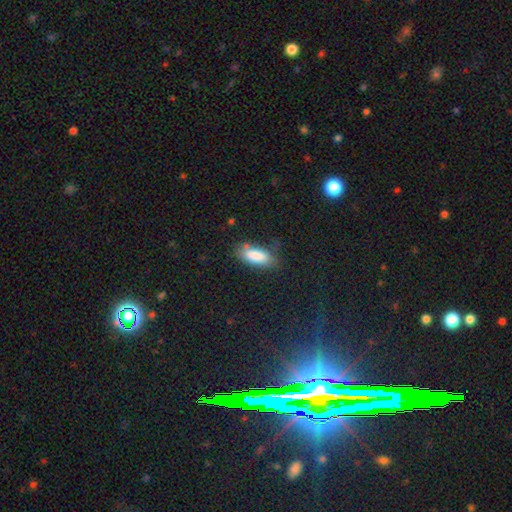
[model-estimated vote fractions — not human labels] Smooth or featured? smooth (84%)
How rounded? in between (79%)
Merging? none (65%)